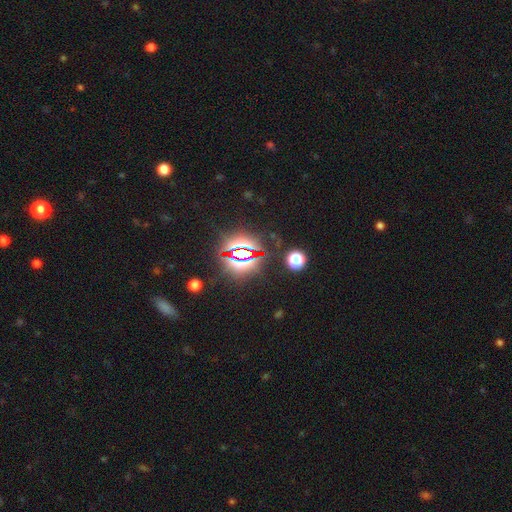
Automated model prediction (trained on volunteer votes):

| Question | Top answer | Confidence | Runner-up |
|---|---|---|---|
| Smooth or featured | star or artifact | 83% | smooth (10%) |